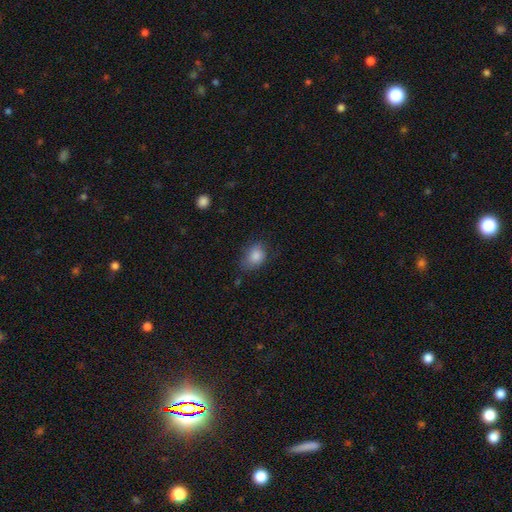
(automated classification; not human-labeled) This appears to be a smooth galaxy with no disk features (84%) that is in between round and cigar-shaped (66%). Merging: none (62%).